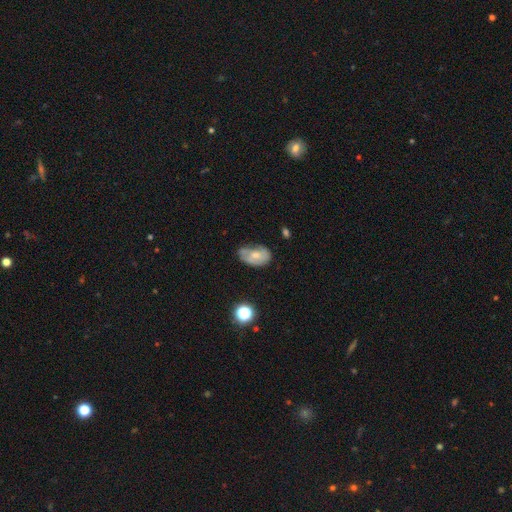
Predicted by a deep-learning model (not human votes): A smooth galaxy with no disk features (51%) that is in between round and cigar-shaped (89%). Merging: none (46%).